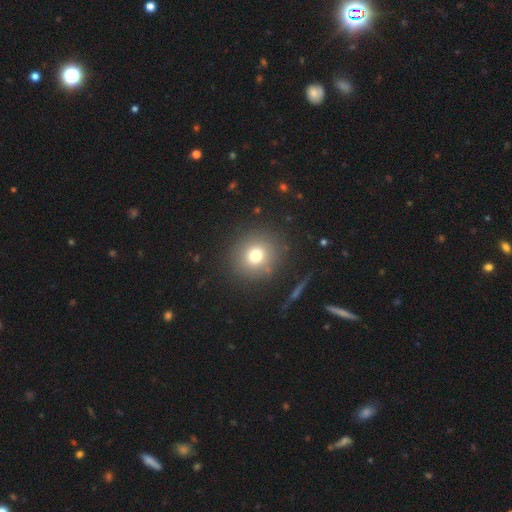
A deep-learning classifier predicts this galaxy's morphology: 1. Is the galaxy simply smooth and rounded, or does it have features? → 74% smooth, 14% star or artifact, 11% featured or disk.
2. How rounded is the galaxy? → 87% round, 12% in between, 1% cigar-shaped.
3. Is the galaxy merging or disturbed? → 86% none, 8% minor disturbance, 4% major disturbance, 2% merger.